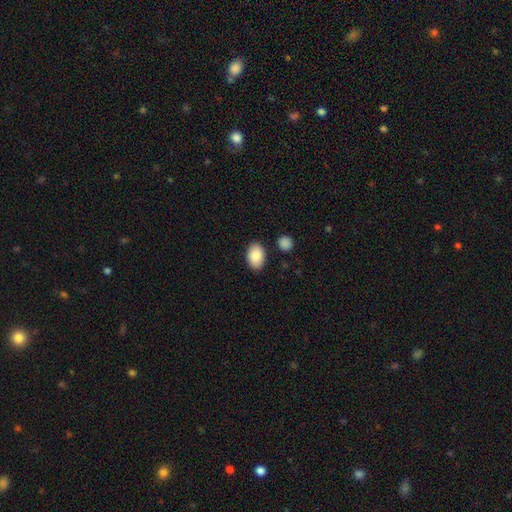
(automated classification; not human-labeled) This is clearly a smooth galaxy (88%). How rounded: clearly in between (89%). Merging: clearly none (85%).